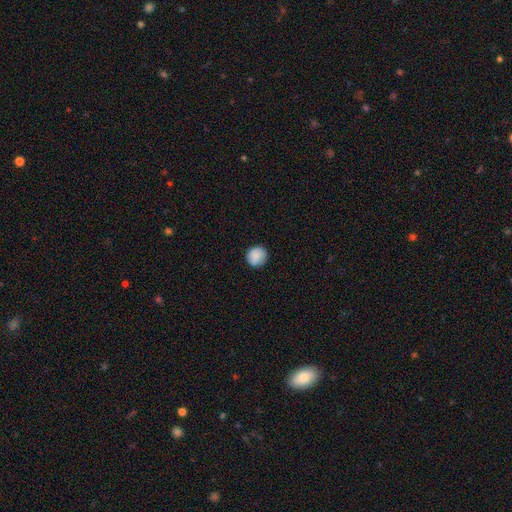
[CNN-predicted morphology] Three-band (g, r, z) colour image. It shows a smooth galaxy with no disk features (88%) that is round (91%). Merging: none (86%).